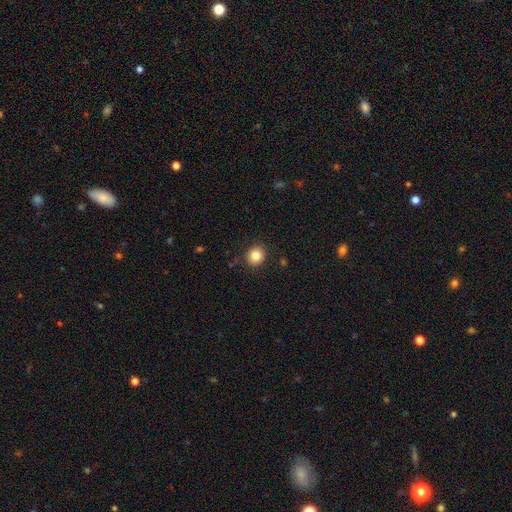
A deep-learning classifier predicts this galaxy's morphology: Smooth or featured?
  - smooth: 83% *
  - star or artifact: 11%
  - featured or disk: 7%
How rounded?
  - round: 83% *
  - in between: 16%
  - cigar-shaped: 1%
Merging?
  - none: 90% *
  - minor disturbance: 7%
  - major disturbance: 2%
  - merger: 1%